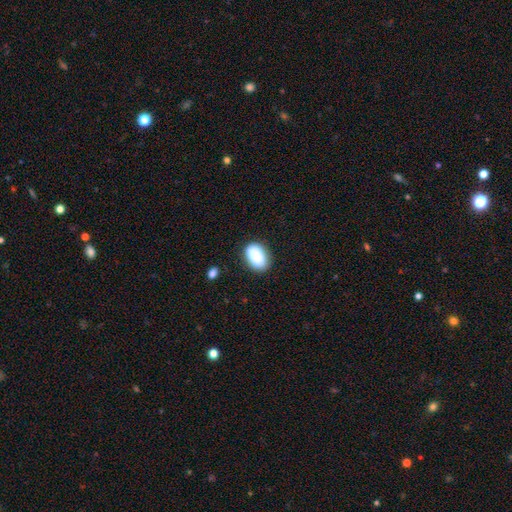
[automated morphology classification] smooth-or-featured: smooth: 86% | star or artifact: 7% | featured or disk: 7%
  how-rounded: in between: 88% | round: 11% | cigar-shaped: 1%
  merging: none: 77% | minor disturbance: 16% | major disturbance: 4% | merger: 3%